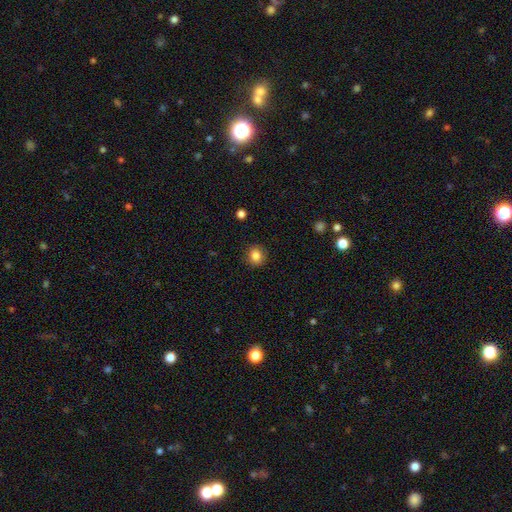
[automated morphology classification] The model was most divided on "how rounded": round: 86%, in between: 13%, cigar-shaped: 1%. More confident: merging — none (90%); smooth or featured — smooth (84%).